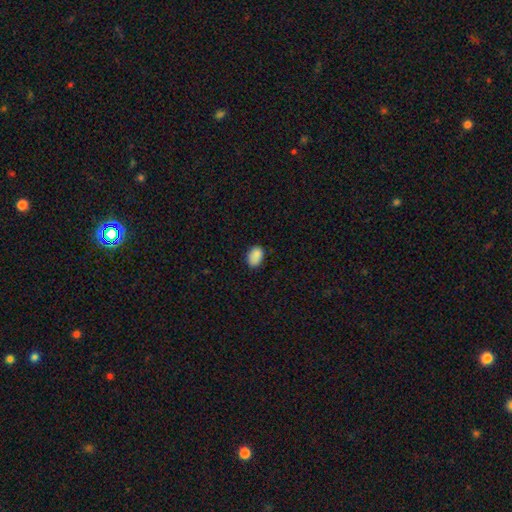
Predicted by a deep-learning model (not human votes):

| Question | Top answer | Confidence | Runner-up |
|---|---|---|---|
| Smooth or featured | smooth | 87% | star or artifact (9%) |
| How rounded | in between | 80% | round (19%) |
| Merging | none | 75% | minor disturbance (20%) |